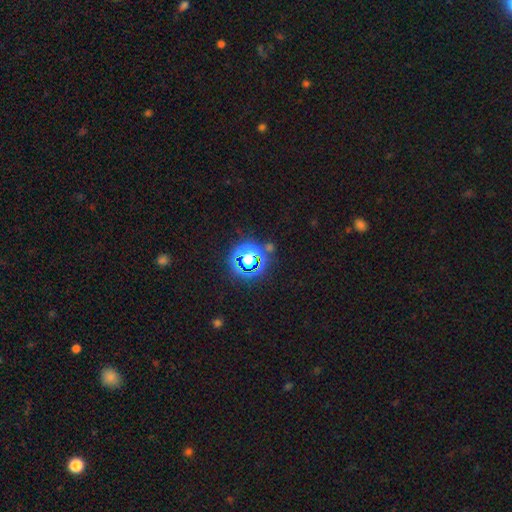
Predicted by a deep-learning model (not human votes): This is likely a star or artifact rather than a galaxy (76%).